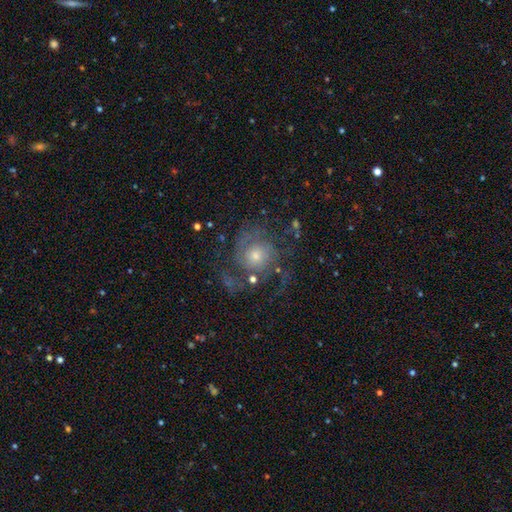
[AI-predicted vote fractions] Smooth or featured? Predicted: featured or disk (p=0.76). Edge-on disk? Predicted: no (p=0.98). Bar? Predicted: no (p=0.78). Spiral arms? Predicted: yes (p=0.90). Spiral winding? Predicted: tight (p=0.41, tied with medium). Spiral arm count? Predicted: 2 (p=0.43). Bulge size? Predicted: moderate (p=0.49). Merging? Predicted: none (p=0.60).